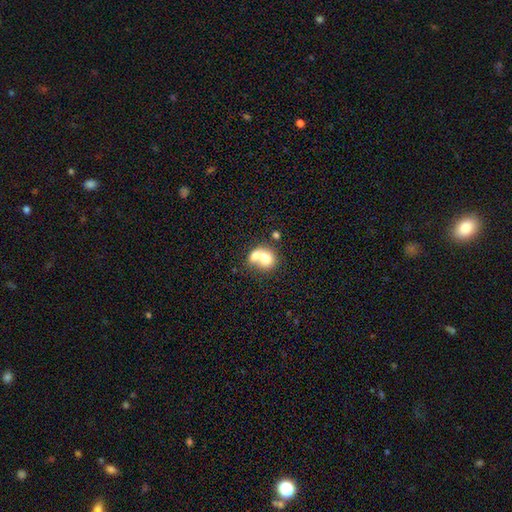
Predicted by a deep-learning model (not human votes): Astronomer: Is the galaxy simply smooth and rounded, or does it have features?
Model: smooth — 69%.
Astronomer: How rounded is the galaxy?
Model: round — 63%.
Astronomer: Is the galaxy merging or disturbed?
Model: merger — 68%.